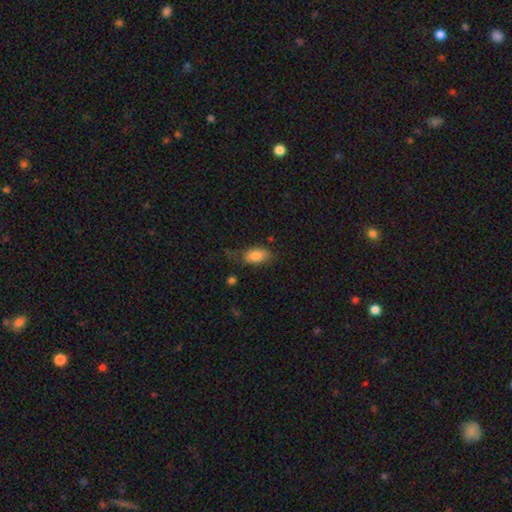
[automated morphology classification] Smooth or featured? smooth (84%)
How rounded? in between (91%)
Merging? none (60%)